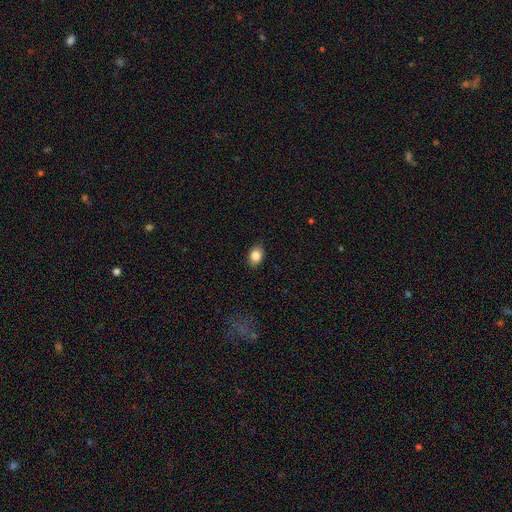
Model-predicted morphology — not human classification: smooth_or_featured: smooth (p=0.84) [alt: star or artifact p=0.09]
how_rounded: in between (p=0.75) [alt: round p=0.24]
merging: none (p=0.87) [alt: minor disturbance p=0.10]